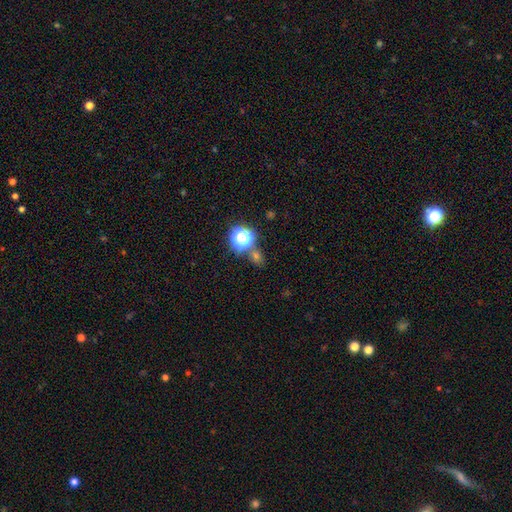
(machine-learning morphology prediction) smooth-or-featured: smooth: 48% | star or artifact: 44% | featured or disk: 8%
  merging: none: 71% | merger: 15% | minor disturbance: 9% | major disturbance: 4%